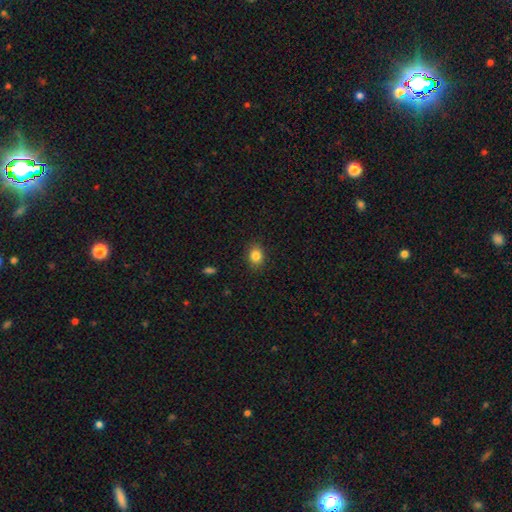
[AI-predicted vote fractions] Morphology: type=smooth (84%); roundness=in between (52%); merging=none (89%).